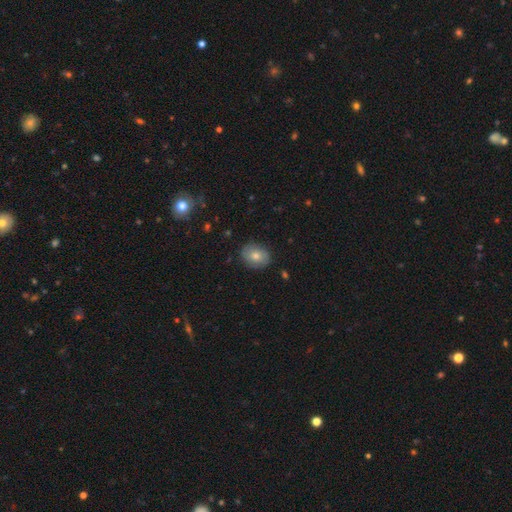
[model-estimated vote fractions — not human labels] A smooth galaxy with no disk features (65%) that is in between round and cigar-shaped (54%). Merging: none (85%).